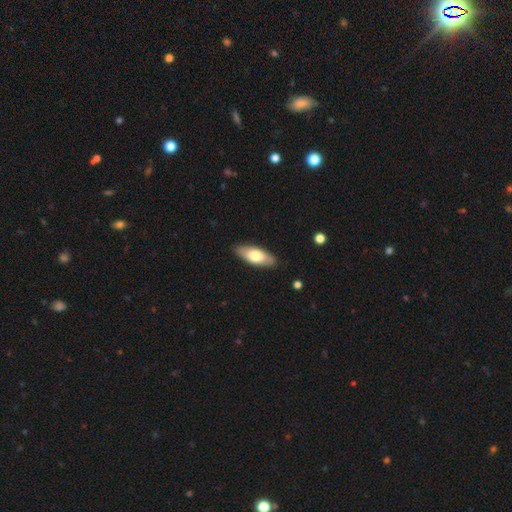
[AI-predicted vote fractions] The model was most divided on "smooth or featured": smooth: 70%, featured or disk: 25%, star or artifact: 5%. More confident: merging — none (87%); how rounded — in between (77%).